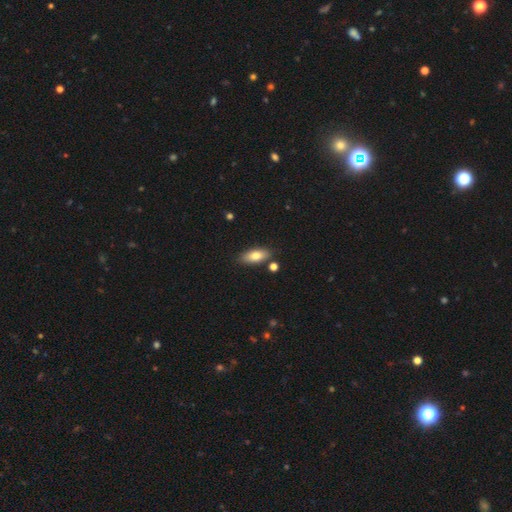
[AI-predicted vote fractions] Smooth or featured: smooth — 76% (featured or disk — 17%)
How rounded: in between — 80% (cigar-shaped — 16%)
Merging: none — 82% (minor disturbance — 11%)